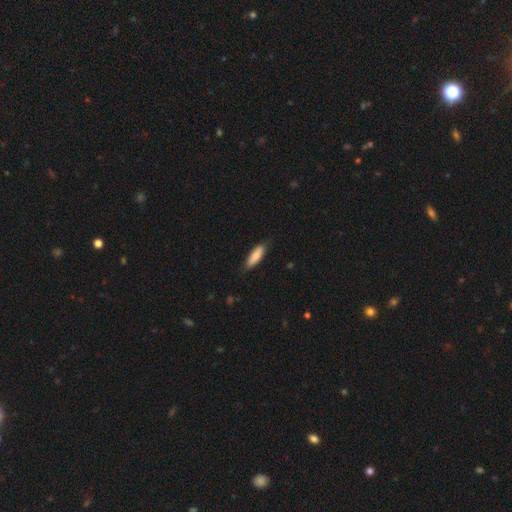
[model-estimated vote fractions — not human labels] Smooth or featured: smooth — 82% (featured or disk — 13%)
How rounded: in between — 50% (cigar-shaped — 49%)
Merging: none — 79% (minor disturbance — 17%)